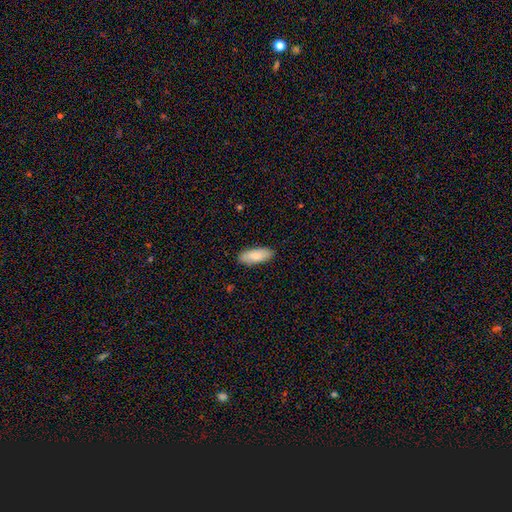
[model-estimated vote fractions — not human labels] Smooth or featured? smooth (81%)
How rounded? in between (79%)
Merging? none (88%)